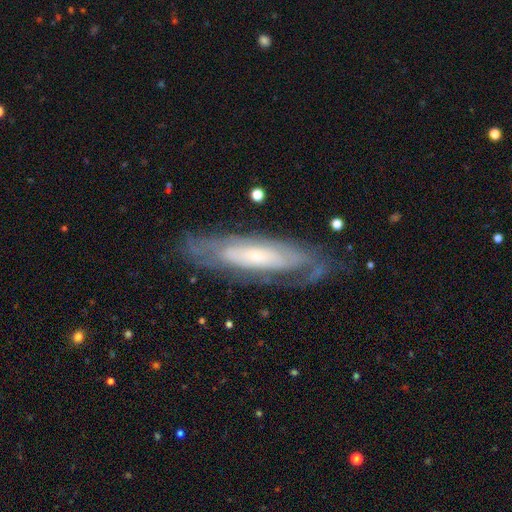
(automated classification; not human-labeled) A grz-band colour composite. It shows a featured or disk galaxy (72%) with no bar (69%), spiral arms (77%) and a small central bulge (61%). Merging: none (72%).